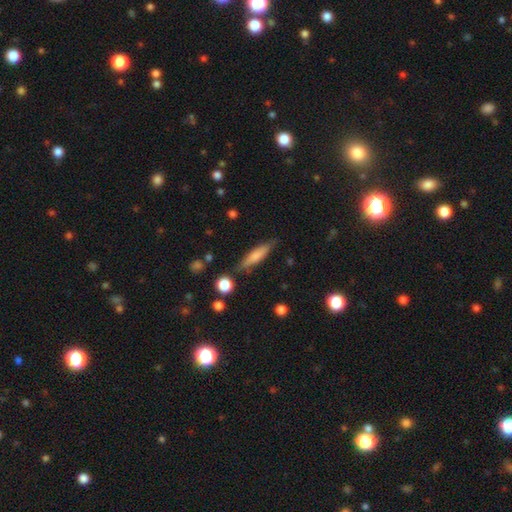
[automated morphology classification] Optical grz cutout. It shows a smooth galaxy with no disk features (66%) that is cigar-shaped (76%). Merging: none (79%).